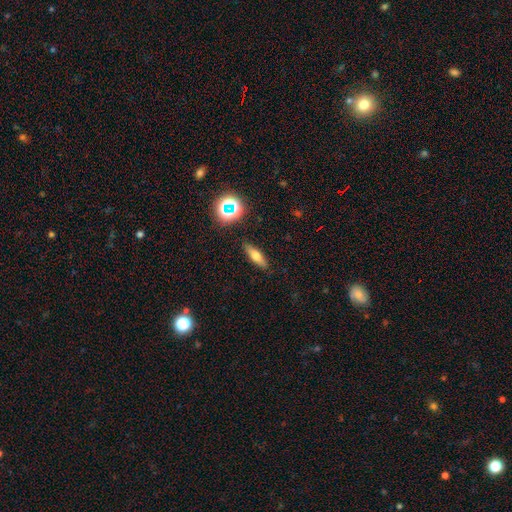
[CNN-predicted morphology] A smooth galaxy with no disk features (60%) that is cigar-shaped (53%). Merging: none (86%).